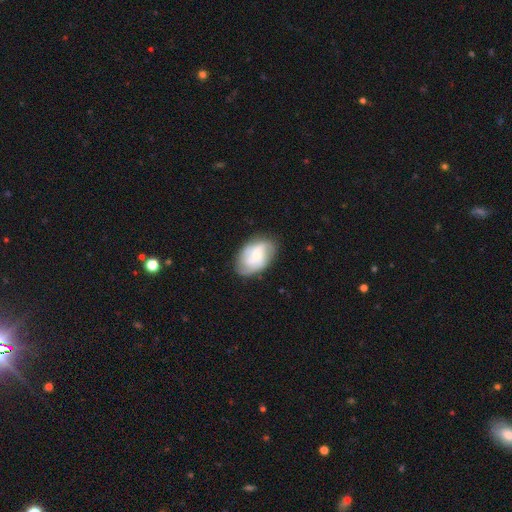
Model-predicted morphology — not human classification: type=featured or disk (64%); edge-on=no (96%); bar=no (64%); spiral arms=yes (87%); winding=medium (44%); arm count=2 (33%); bulge=small (51%); merging=none (70%).